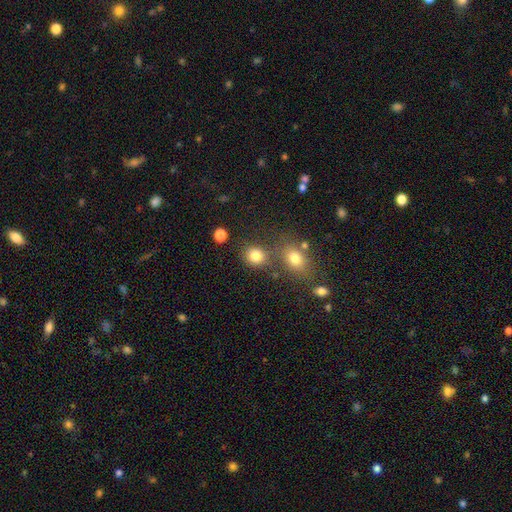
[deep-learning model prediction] Smooth or featured? Predicted: smooth (p=0.81). How rounded? Predicted: round (p=0.72). Merging? Predicted: none (p=0.69).